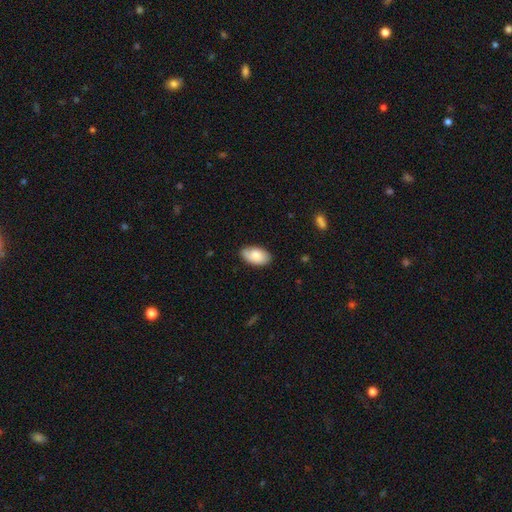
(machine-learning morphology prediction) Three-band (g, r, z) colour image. It shows a smooth galaxy with no disk features (82%) that is in between round and cigar-shaped (95%). Merging: none (79%).